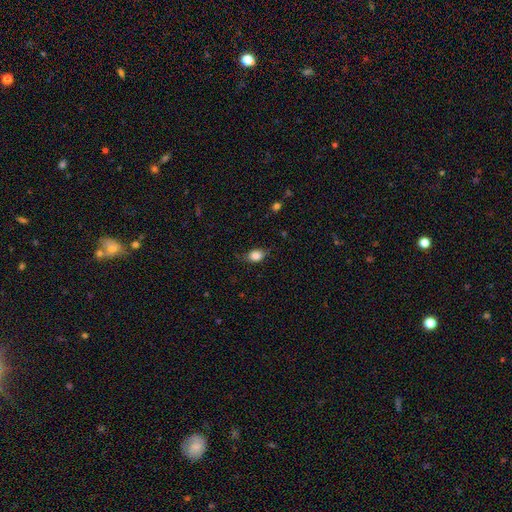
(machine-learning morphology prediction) Q: Smooth or featured?
A: smooth (85%); runner-up: star or artifact (9%)
Q: How rounded?
A: in between (73%); runner-up: round (25%)
Q: Merging?
A: none (74%); runner-up: minor disturbance (20%)